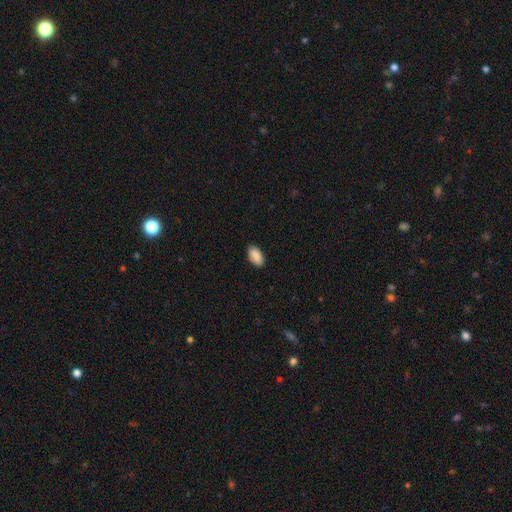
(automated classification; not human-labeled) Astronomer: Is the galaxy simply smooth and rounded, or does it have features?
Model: smooth — 89%.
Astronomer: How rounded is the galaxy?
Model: in between — 94%.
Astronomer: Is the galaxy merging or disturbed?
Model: none — 88%.